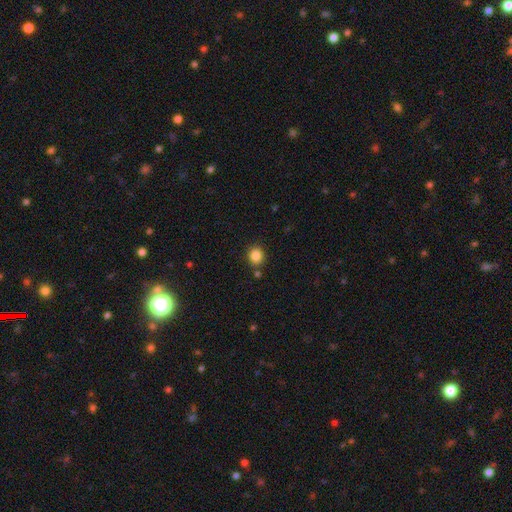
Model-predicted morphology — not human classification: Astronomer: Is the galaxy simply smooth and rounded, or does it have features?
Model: smooth — 85%.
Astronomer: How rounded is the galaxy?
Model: round — 79%.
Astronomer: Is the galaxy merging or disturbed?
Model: none — 83%.